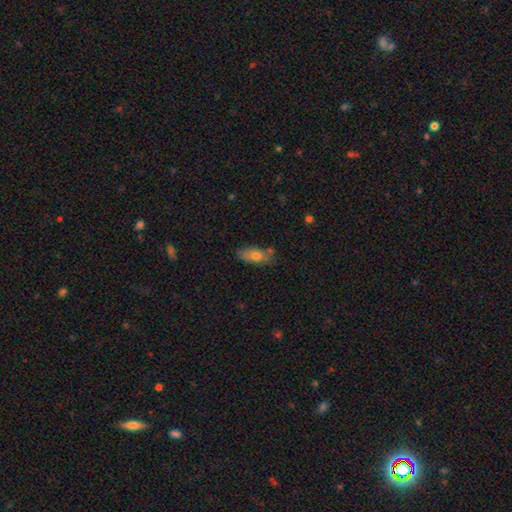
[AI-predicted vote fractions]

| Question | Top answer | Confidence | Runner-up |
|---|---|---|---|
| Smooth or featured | smooth | 74% | featured or disk (18%) |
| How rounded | in between | 84% | cigar-shaped (11%) |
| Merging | none | 65% | minor disturbance (21%) |